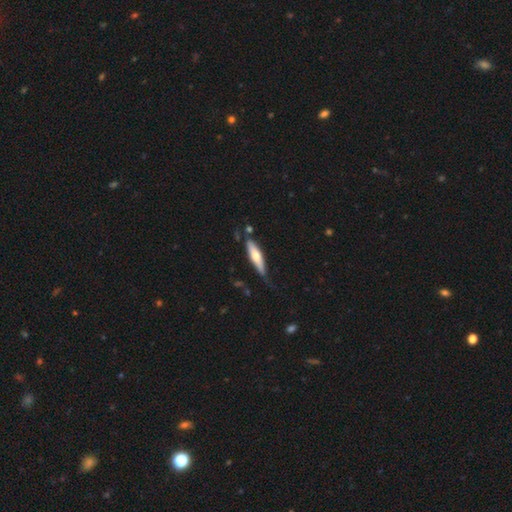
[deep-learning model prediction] This is possibly a smooth galaxy (56%). How rounded: likely cigar-shaped (72%). Merging: likely none (64%).